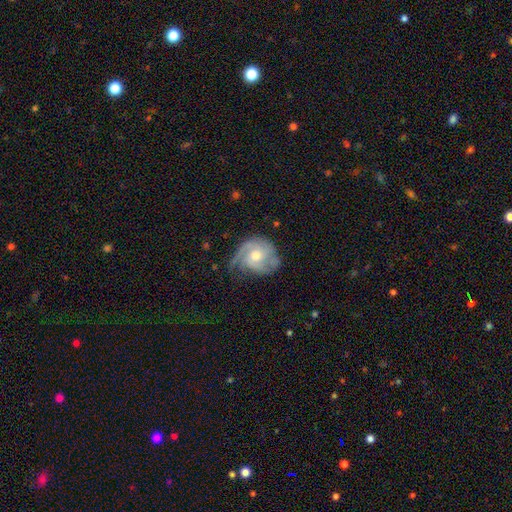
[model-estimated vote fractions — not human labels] A featured or disk galaxy (77%) with no bar (72%), 2 (29%) tight (45%) spiral arms (93%) and a moderate central bulge (67%).

Vote fractions:
- Smooth or featured? featured or disk: 77% / smooth: 17% / star or artifact: 6%
- Edge-on disk? no: 97% / yes: 3%
- Bar? no: 72% / weak: 24% / strong: 4%
- Spiral arms? yes: 93% / no: 7%
- Spiral winding? tight: 45% / medium: 38% / loose: 17%
- Spiral arm count? 2: 29% / 3: 26% / can't tell: 23% / 1: 12% / 4: 5% / more than 4: 4%
- Bulge size? moderate: 67% / small: 27% / large: 4% / none: 1% / dominant: 1%
- Merging? none: 52% / minor disturbance: 29% / major disturbance: 16% / merger: 2%